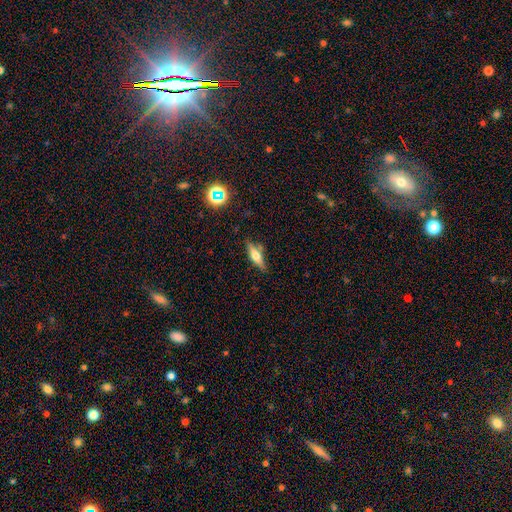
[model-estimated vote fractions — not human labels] Overall: smooth (46%; featured or disk 45%). Merging: none (77%).